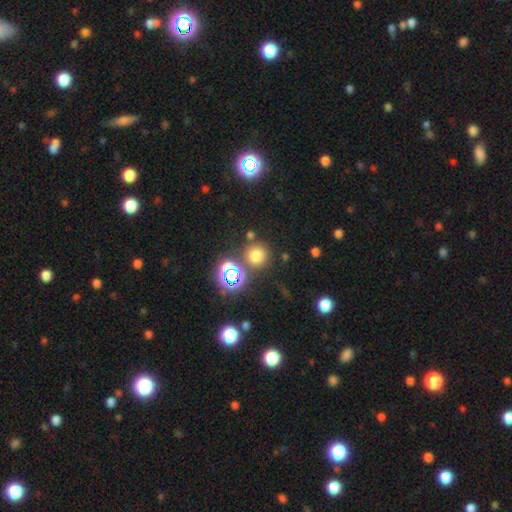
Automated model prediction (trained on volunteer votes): Overall: smooth (68%). How rounded: round (93%). Merging: none (79%).